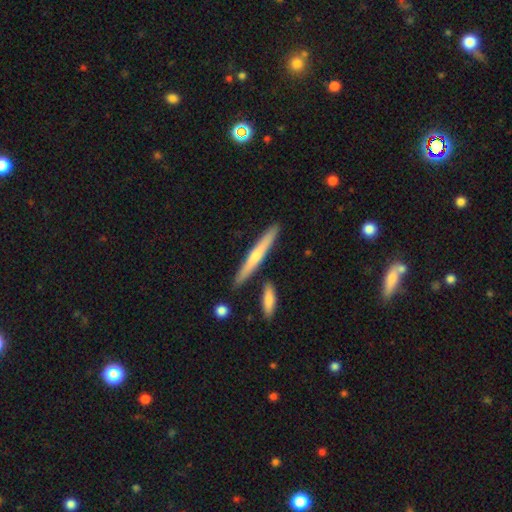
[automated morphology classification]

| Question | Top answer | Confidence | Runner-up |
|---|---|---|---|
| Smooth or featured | featured or disk | 63% | smooth (30%) |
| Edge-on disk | yes | 97% | no (3%) |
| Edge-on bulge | rounded | 76% | none (19%) |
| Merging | none | 87% | minor disturbance (8%) |